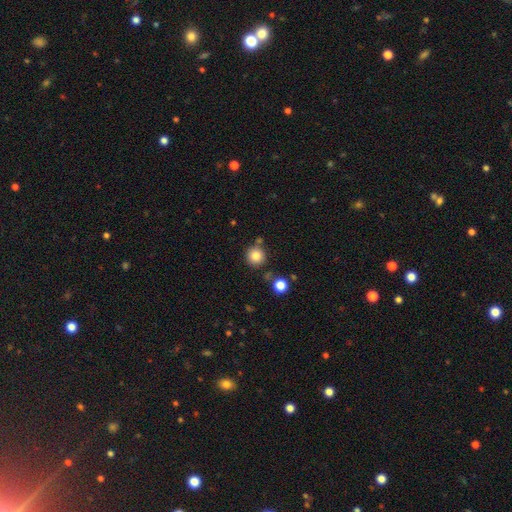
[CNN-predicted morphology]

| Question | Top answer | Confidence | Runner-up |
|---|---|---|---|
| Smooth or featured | smooth | 83% | star or artifact (11%) |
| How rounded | round | 94% | in between (5%) |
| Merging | none | 80% | minor disturbance (10%) |